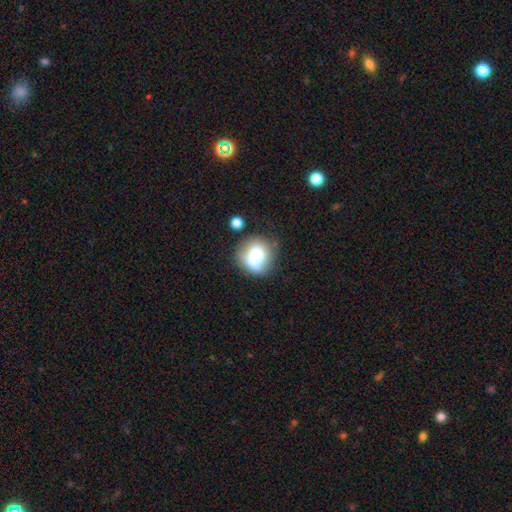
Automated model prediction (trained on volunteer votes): smooth_or_featured: smooth (p=0.67) [alt: featured or disk p=0.23]
how_rounded: round (p=0.84) [alt: in between p=0.15]
merging: none (p=0.53) [alt: minor disturbance p=0.21]